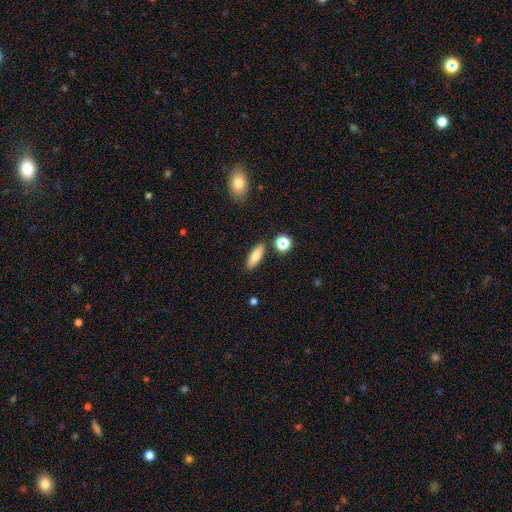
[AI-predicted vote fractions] Smooth or featured? smooth (76%)
How rounded? in between (58%)
Merging? none (85%)